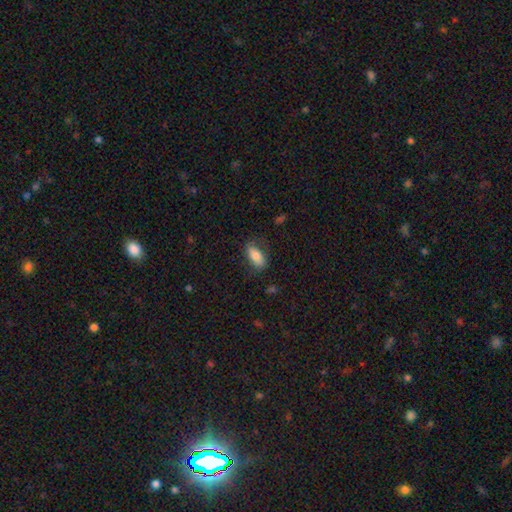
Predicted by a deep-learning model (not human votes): Overall: smooth (76%). How rounded: in between (87%). Merging: none (72%).